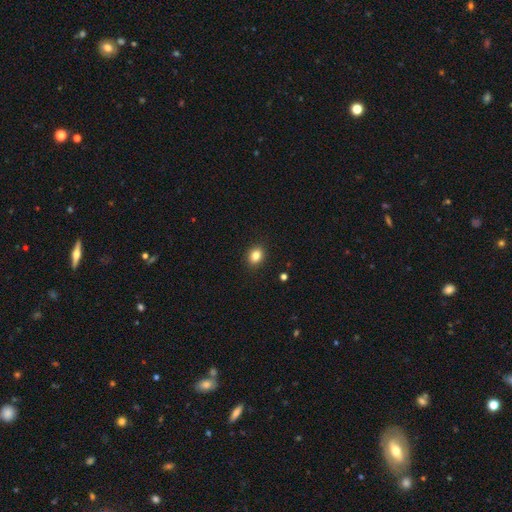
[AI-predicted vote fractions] Smooth or featured? smooth (84%)
How rounded? round (50%)
Merging? none (91%)